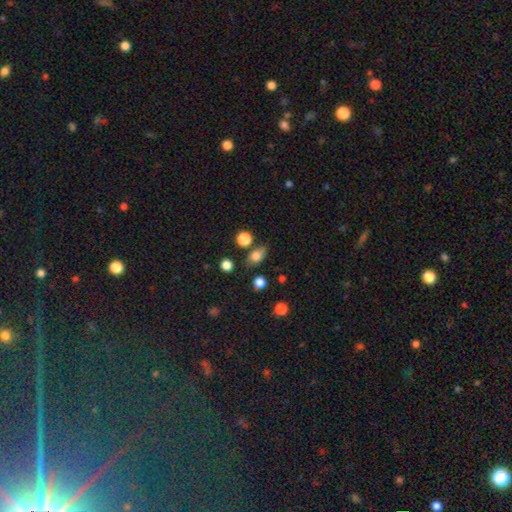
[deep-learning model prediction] A smooth galaxy with no disk features (77%) that is in between round and cigar-shaped (72%).

Vote fractions:
- Smooth or featured? smooth: 77% / star or artifact: 12% / featured or disk: 11%
- How rounded? in between: 72% / round: 24% / cigar-shaped: 4%
- Merging? none: 74% / minor disturbance: 15% / merger: 6% / major disturbance: 4%